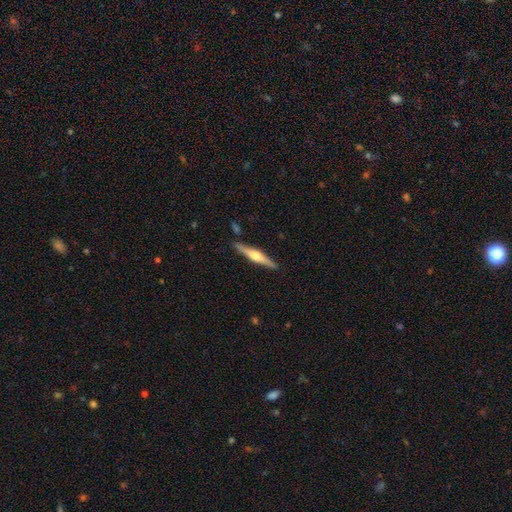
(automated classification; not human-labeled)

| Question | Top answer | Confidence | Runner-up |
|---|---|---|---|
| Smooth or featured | featured or disk | 67% | smooth (28%) |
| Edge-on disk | yes | 97% | no (3%) |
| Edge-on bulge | rounded | 93% | boxy (4%) |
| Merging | none | 88% | minor disturbance (8%) |